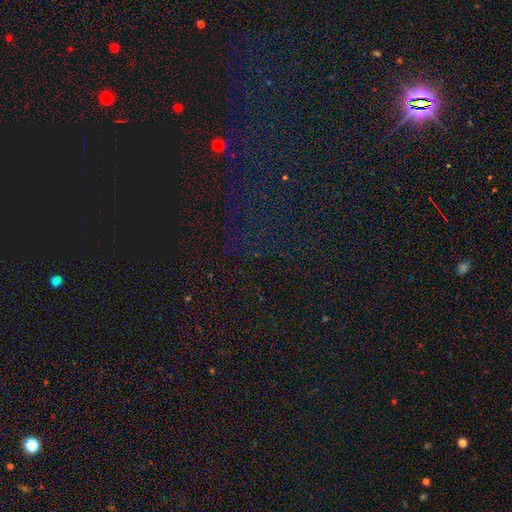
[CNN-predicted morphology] smooth_or_featured: star or artifact (p=0.79) [alt: smooth p=0.13]